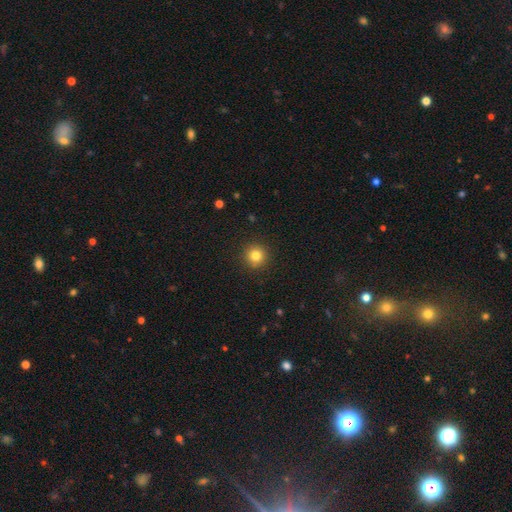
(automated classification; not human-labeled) smooth-or-featured: smooth: 82% | star or artifact: 12% | featured or disk: 6%
  how-rounded: round: 95% | in between: 4% | cigar-shaped: 1%
  merging: none: 92% | minor disturbance: 5% | major disturbance: 2% | merger: 1%